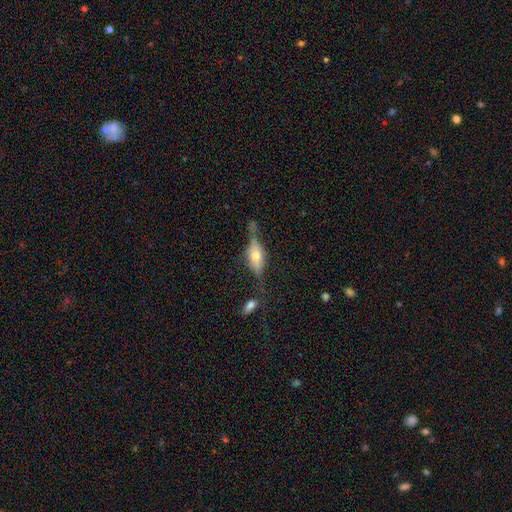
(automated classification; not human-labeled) Smooth or featured?
  - featured or disk: 58% *
  - smooth: 33%
  - star or artifact: 9%
Edge-on disk?
  - yes: 88% *
  - no: 12%
Edge-on bulge?
  - rounded: 86% *
  - boxy: 11%
  - none: 2%
Merging?
  - none: 55% *
  - minor disturbance: 23%
  - major disturbance: 13%
  - merger: 9%